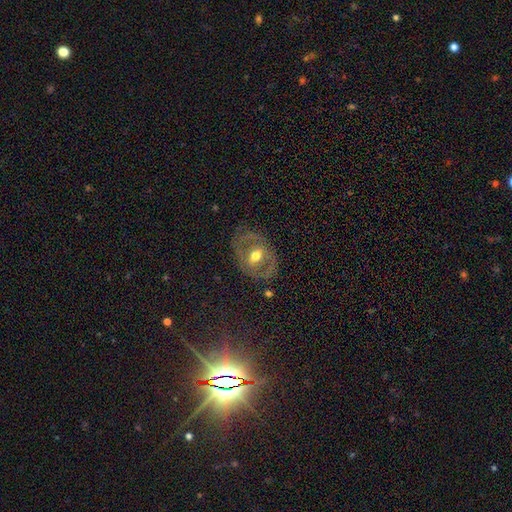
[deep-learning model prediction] The model was most divided on "bar": weak: 38%, no: 35%, strong: 27%. More confident: edge-on disk — no (92%); bulge size — moderate (76%); merging — none (70%); smooth or featured — featured or disk (65%); spiral arms — no (65%).